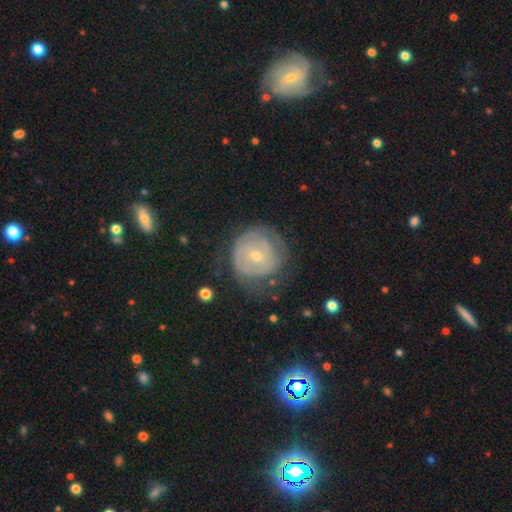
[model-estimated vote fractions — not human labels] Smooth or featured? featured or disk (65%)
Edge-on disk? no (97%)
Bar? no (64%)
Spiral arms? yes (70%)
Bulge size? small (66%)
Merging? none (60%)